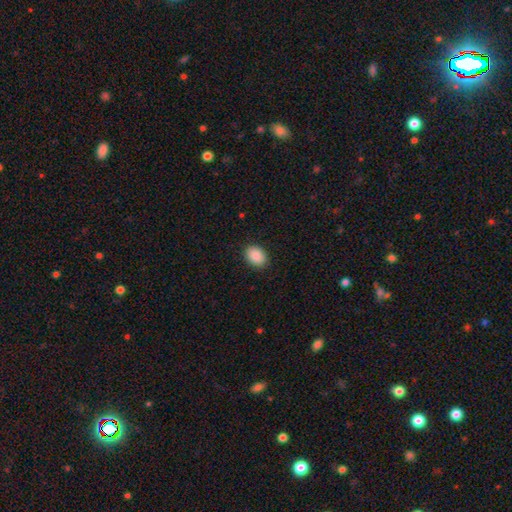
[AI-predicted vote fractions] This appears to be a smooth galaxy with no disk features (90%) that is in between round and cigar-shaped (69%). Merging: none (89%).